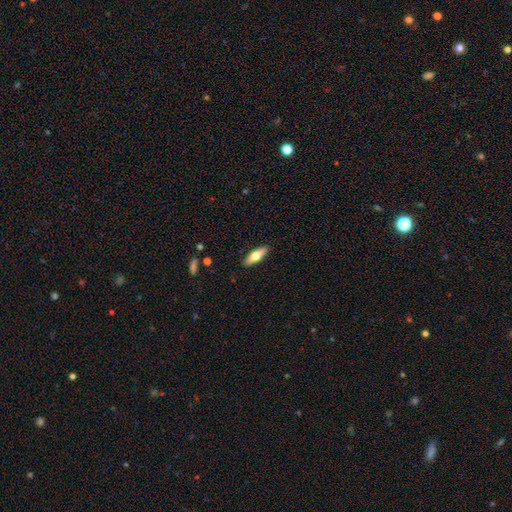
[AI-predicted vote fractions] Smooth or featured?
  - smooth: 61% *
  - featured or disk: 34%
  - star or artifact: 6%
How rounded?
  - in between: 52% *
  - cigar-shaped: 46%
  - round: 2%
Merging?
  - none: 89% *
  - minor disturbance: 8%
  - major disturbance: 2%
  - merger: 1%